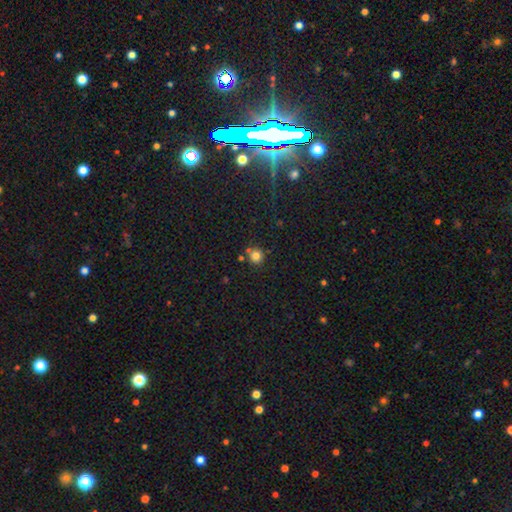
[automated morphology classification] A smooth galaxy with no disk features (80%) that is round (92%). Merging: none (75%).